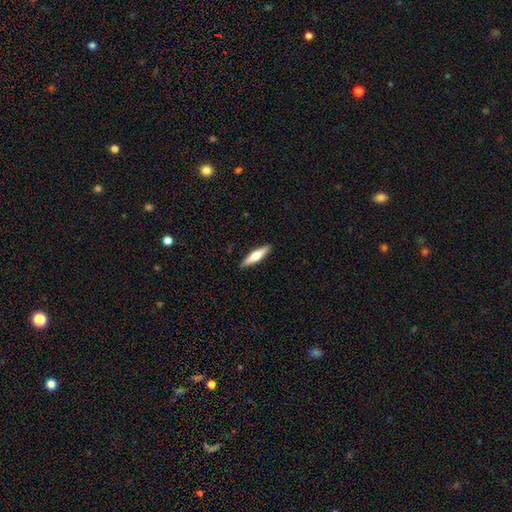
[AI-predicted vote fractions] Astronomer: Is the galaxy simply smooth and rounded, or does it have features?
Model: smooth — 49% (runner-up: featured or disk, 45%).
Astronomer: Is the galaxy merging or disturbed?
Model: none — 90%.